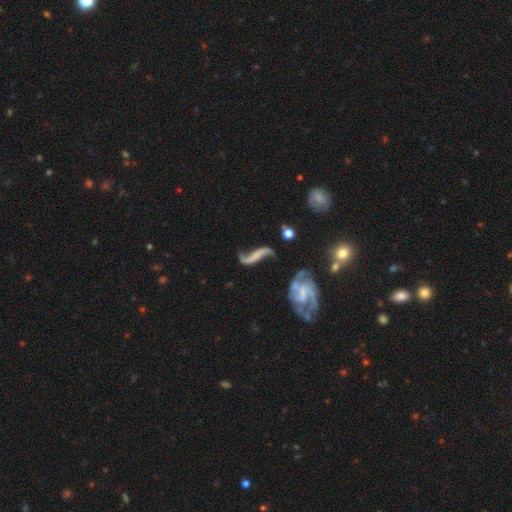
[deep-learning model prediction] A featured or disk galaxy (79%) with no bar (45%), 2 (89%) loose (90%) spiral arms (92%) and no central bulge (62%). Merging: none (53%).